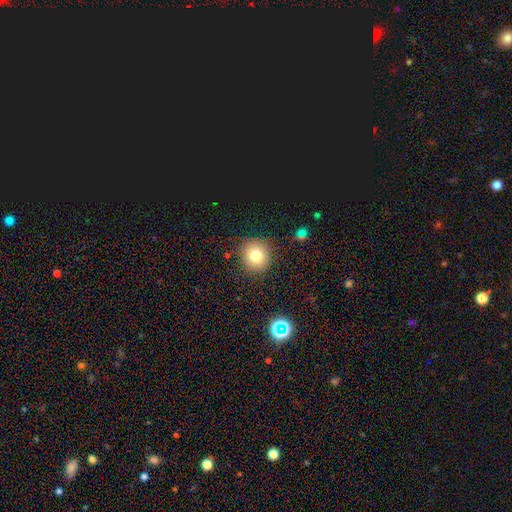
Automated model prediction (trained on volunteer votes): A smooth galaxy with no disk features (77%) that is round (90%).

Vote fractions:
- Smooth or featured? smooth: 77% / star or artifact: 14% / featured or disk: 9%
- How rounded? round: 90% / in between: 9% / cigar-shaped: 1%
- Merging? none: 88% / minor disturbance: 7% / major disturbance: 3% / merger: 2%